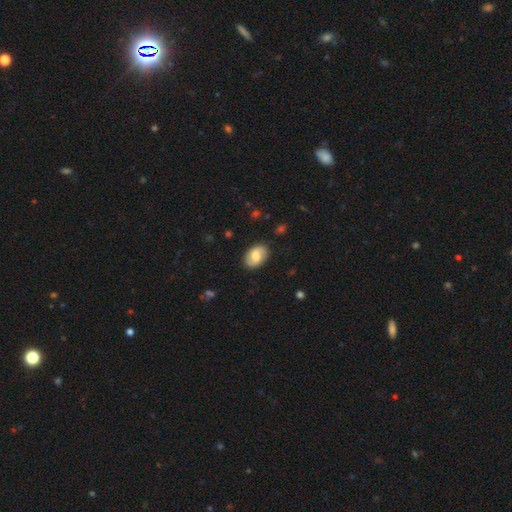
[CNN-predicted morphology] Smooth or featured?
  - smooth: 64% *
  - featured or disk: 29%
  - star or artifact: 7%
How rounded?
  - in between: 86% *
  - round: 13%
  - cigar-shaped: 1%
Merging?
  - none: 84% *
  - minor disturbance: 12%
  - major disturbance: 3%
  - merger: 1%